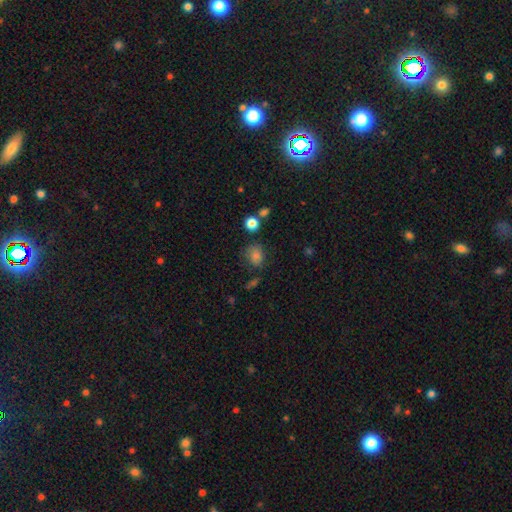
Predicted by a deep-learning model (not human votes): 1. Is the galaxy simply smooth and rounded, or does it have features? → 76% smooth, 15% star or artifact, 9% featured or disk.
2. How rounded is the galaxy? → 60% round, 39% in between, 1% cigar-shaped.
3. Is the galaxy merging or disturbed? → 63% none, 24% minor disturbance, 8% major disturbance, 6% merger.